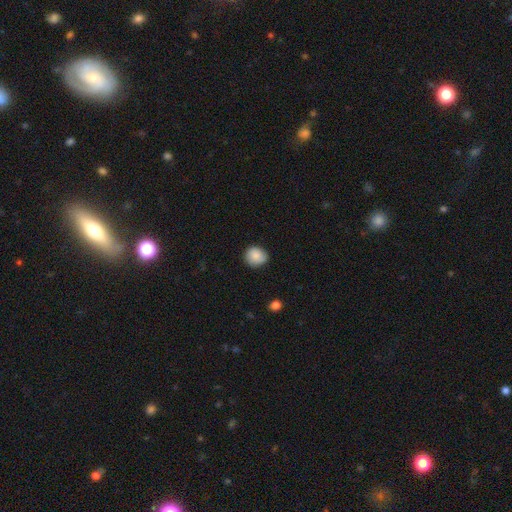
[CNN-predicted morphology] Smooth or featured: smooth — 86% (star or artifact — 8%)
How rounded: round — 80% (in between — 19%)
Merging: none — 79% (minor disturbance — 17%)